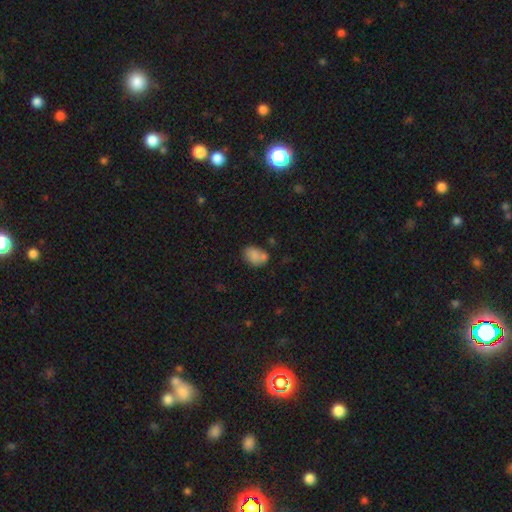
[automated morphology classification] type=smooth (82%); roundness=in between (75%); merging=none (54%).